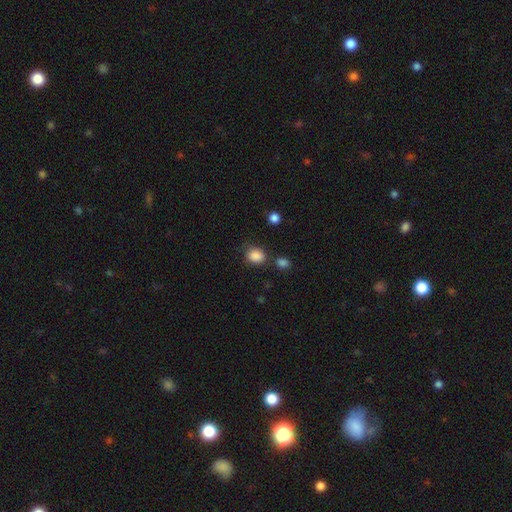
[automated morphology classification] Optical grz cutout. It shows a smooth galaxy with no disk features (86%) that is in between round and cigar-shaped (52%). Merging: none (65%).